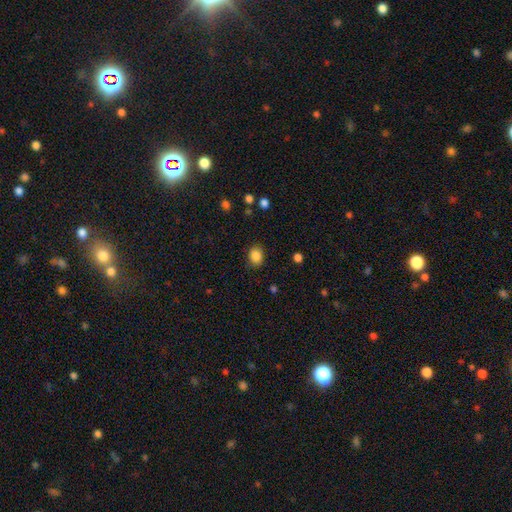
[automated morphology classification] smooth-or-featured: smooth: 86% | star or artifact: 10% | featured or disk: 4%
  how-rounded: in between: 52% | round: 48% | cigar-shaped: 1%
  merging: none: 85% | minor disturbance: 11% | major disturbance: 3% | merger: 1%